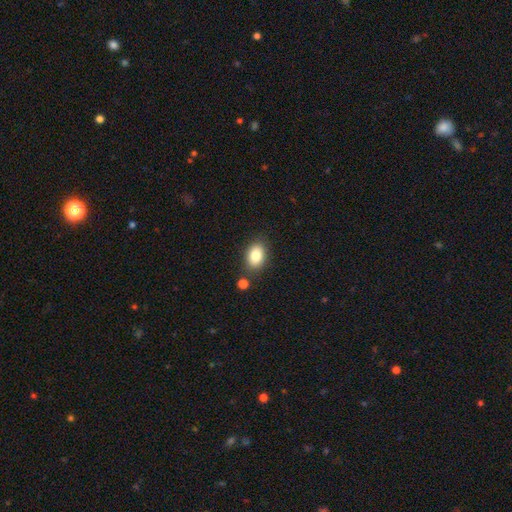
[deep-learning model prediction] Q: Smooth or featured?
A: smooth (84%); runner-up: star or artifact (9%)
Q: How rounded?
A: in between (83%); runner-up: round (16%)
Q: Merging?
A: none (81%); runner-up: minor disturbance (11%)